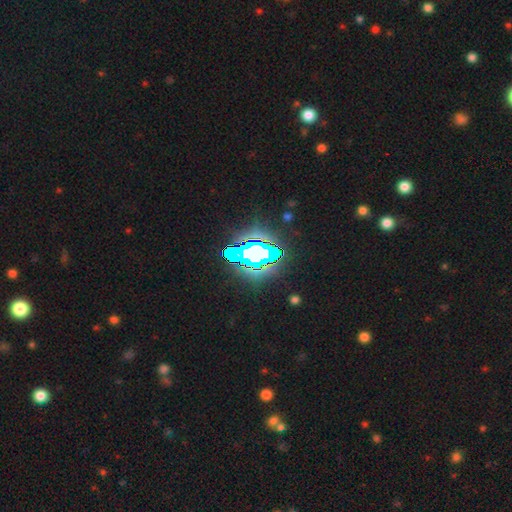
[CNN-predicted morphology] This appears to be a star or artifact, not a galaxy (62%).